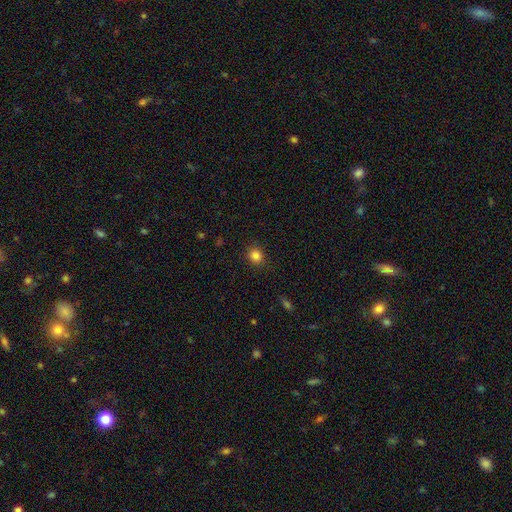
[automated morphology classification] smooth 84%, star or artifact 12%, featured or disk 4%. Down the decision tree: how rounded — round (79%); merging — none (89%).